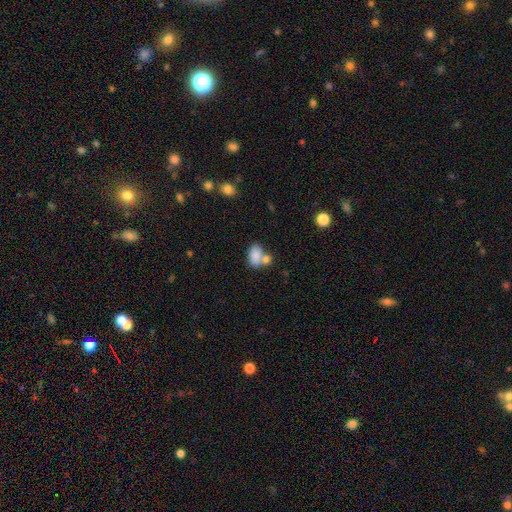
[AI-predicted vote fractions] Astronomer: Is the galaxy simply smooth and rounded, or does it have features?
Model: smooth — 82%.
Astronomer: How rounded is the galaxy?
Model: in between — 86%.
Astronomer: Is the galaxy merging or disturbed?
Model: merger — 45% (runner-up: none, 37%).